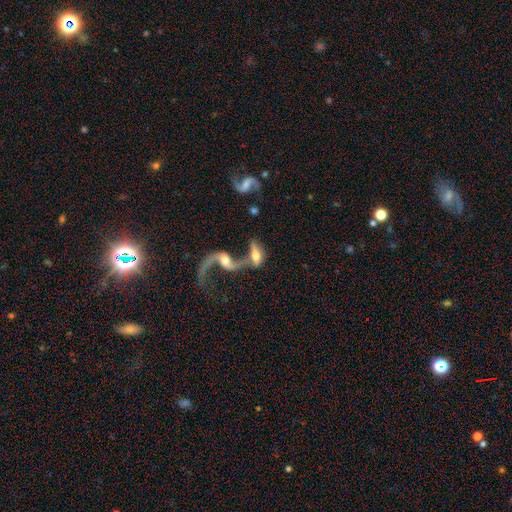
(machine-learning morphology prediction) type=featured or disk (60%); edge-on=no (83%); bar=no (53%); spiral arms=yes (72%); bulge=moderate (52%); merging=merger (63%).